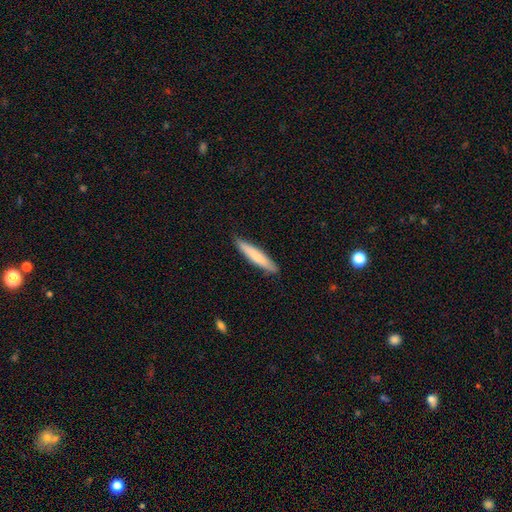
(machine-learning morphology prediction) This appears to be a smooth galaxy with no disk features (76%) that is cigar-shaped (91%). Merging: none (88%).